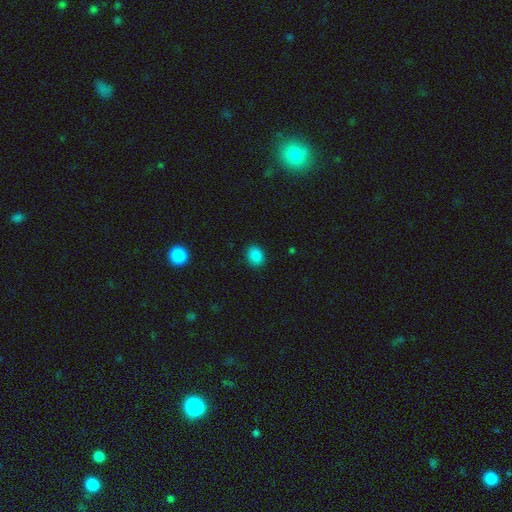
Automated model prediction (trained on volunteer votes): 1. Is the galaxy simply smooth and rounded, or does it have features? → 86% smooth, 11% star or artifact, 3% featured or disk.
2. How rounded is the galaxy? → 59% in between, 40% round, 1% cigar-shaped.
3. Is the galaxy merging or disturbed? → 88% none, 9% minor disturbance, 2% major disturbance, 1% merger.